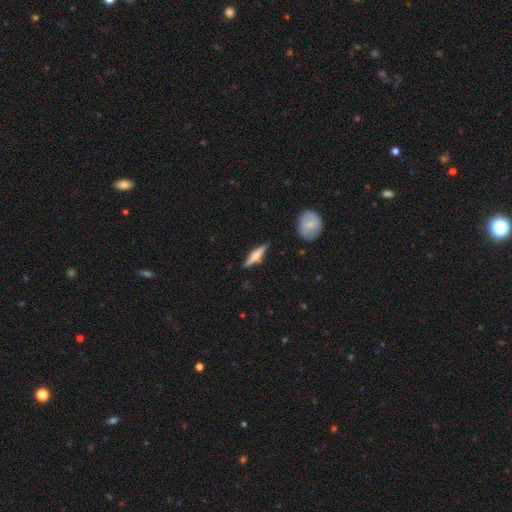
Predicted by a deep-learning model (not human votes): Smooth or featured?
  - featured or disk: 66% *
  - smooth: 28%
  - star or artifact: 6%
Edge-on disk?
  - yes: 97% *
  - no: 3%
Edge-on bulge?
  - rounded: 89% *
  - boxy: 8%
  - none: 4%
Merging?
  - none: 87% *
  - minor disturbance: 9%
  - major disturbance: 2%
  - merger: 2%